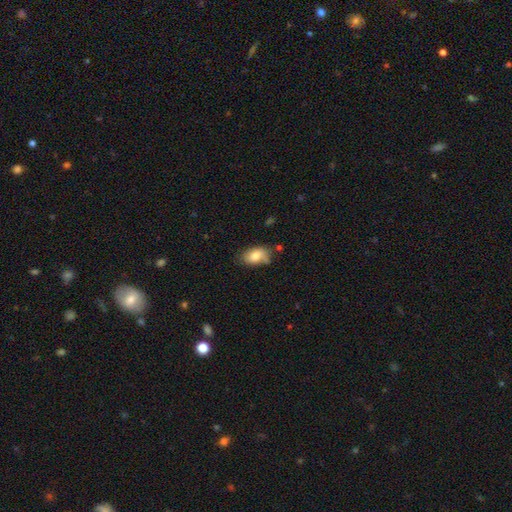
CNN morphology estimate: Overall: smooth (79%). How rounded: in between (90%). Merging: none (61%; minor disturbance 27%).